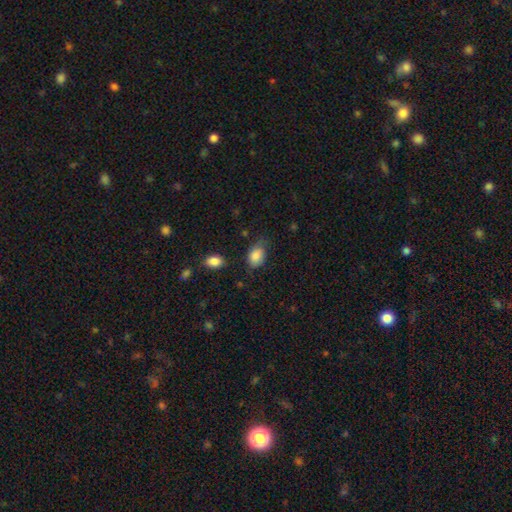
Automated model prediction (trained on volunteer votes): This is clearly a smooth galaxy (84%). How rounded: clearly in between (84%). Merging: possibly none (57%).